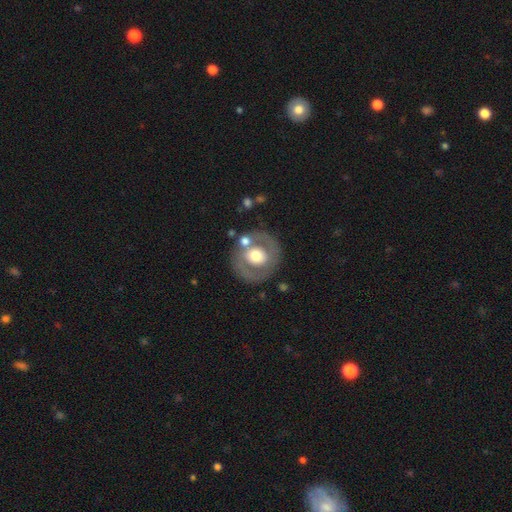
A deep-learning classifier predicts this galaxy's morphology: type=featured or disk (52%); edge-on=no (96%); merging=none (75%).